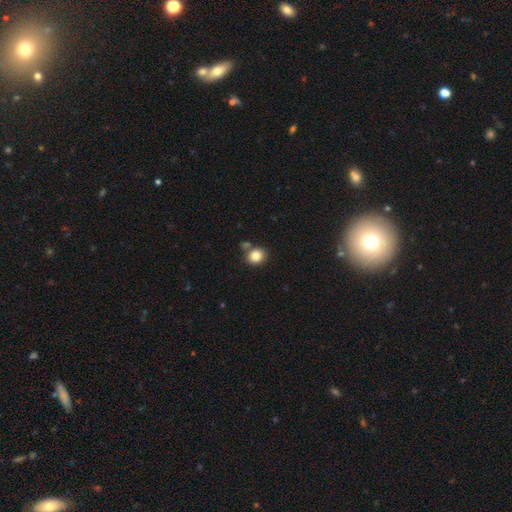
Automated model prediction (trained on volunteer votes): smooth_or_featured: smooth (p=0.83) [alt: star or artifact p=0.10]
how_rounded: round (p=0.68) [alt: in between p=0.32]
merging: none (p=0.72) [alt: merger p=0.14]